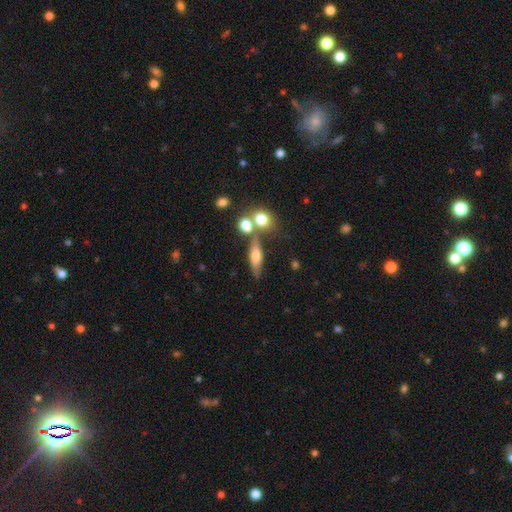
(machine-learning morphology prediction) This appears to be a smooth galaxy with no disk features (50%) that is in between round and cigar-shaped (45%, tied with cigar-shaped). Merging: none (64%).